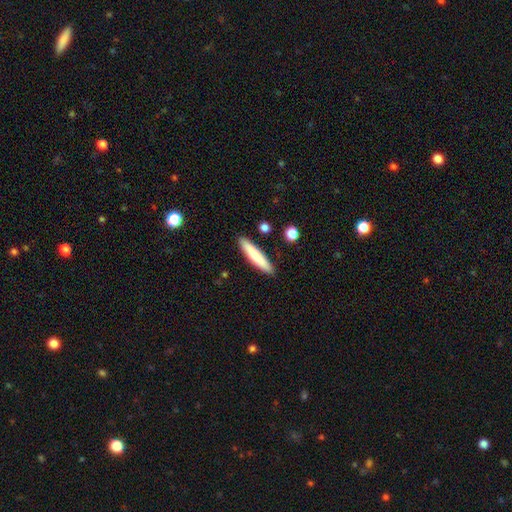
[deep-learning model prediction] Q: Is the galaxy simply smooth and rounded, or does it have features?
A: smooth — 77%.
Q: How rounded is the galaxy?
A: cigar-shaped — 86%.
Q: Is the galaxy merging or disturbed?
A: none — 89%.